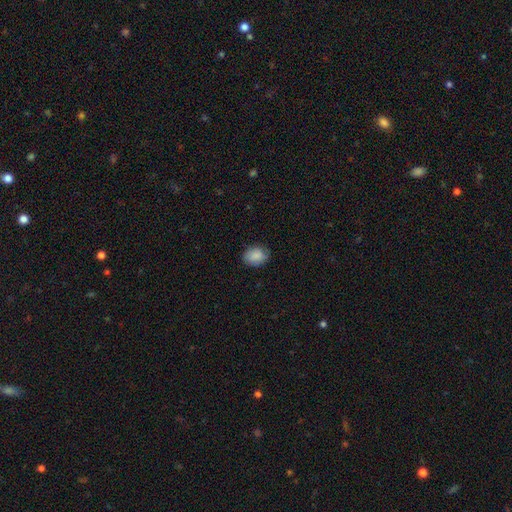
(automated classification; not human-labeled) A smooth galaxy with no disk features (87%) that is in between round and cigar-shaped (67%).

Vote fractions:
- Smooth or featured? smooth: 87% / star or artifact: 7% / featured or disk: 6%
- How rounded? in between: 67% / round: 32% / cigar-shaped: 1%
- Merging? none: 78% / minor disturbance: 18% / major disturbance: 3% / merger: 1%